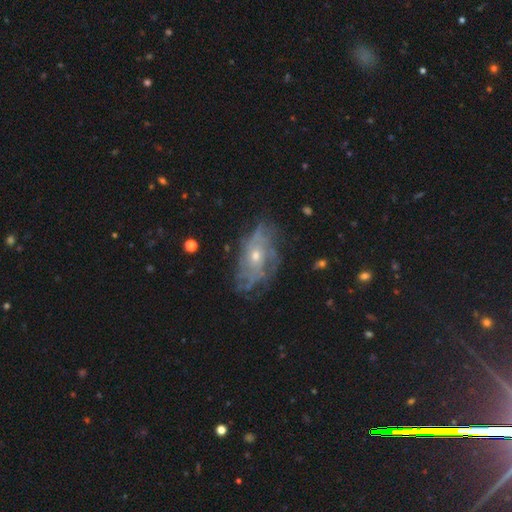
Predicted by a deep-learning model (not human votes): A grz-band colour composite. It shows a featured or disk galaxy (75%) with no bar (82%), tight (52%) spiral arms (76%) and a small central bulge (54%). Merging: none (64%).